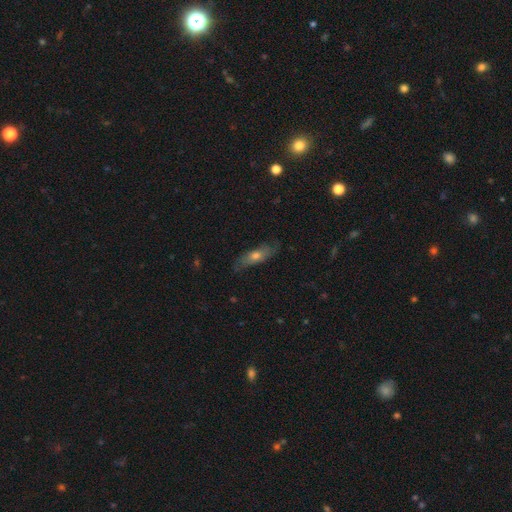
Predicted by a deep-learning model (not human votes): A featured or disk galaxy (48%). Merging: none (74%).